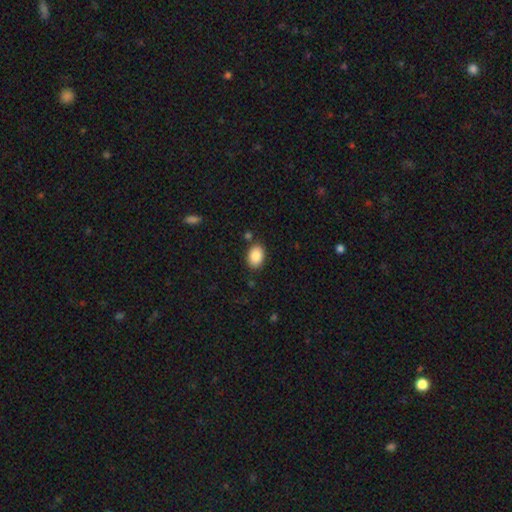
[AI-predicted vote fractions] A smooth galaxy with no disk features (88%) that is in between round and cigar-shaped (83%).

Vote fractions:
- Smooth or featured? smooth: 88% / star or artifact: 7% / featured or disk: 4%
- How rounded? in between: 83% / round: 16% / cigar-shaped: 1%
- Merging? none: 83% / minor disturbance: 11% / merger: 3% / major disturbance: 3%